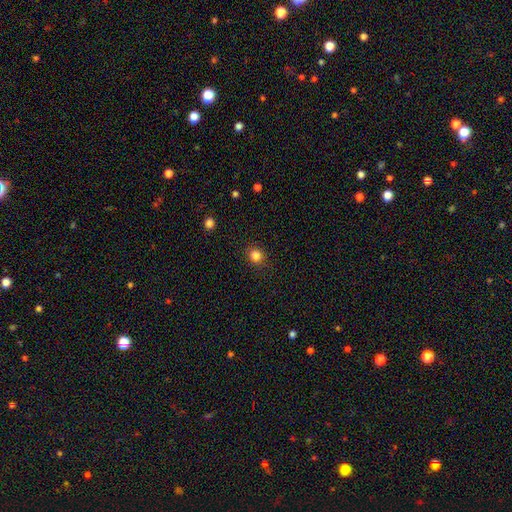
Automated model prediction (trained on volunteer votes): Smooth or featured: smooth — 83% (star or artifact — 13%)
How rounded: round — 85% (in between — 14%)
Merging: none — 88% (minor disturbance — 8%)